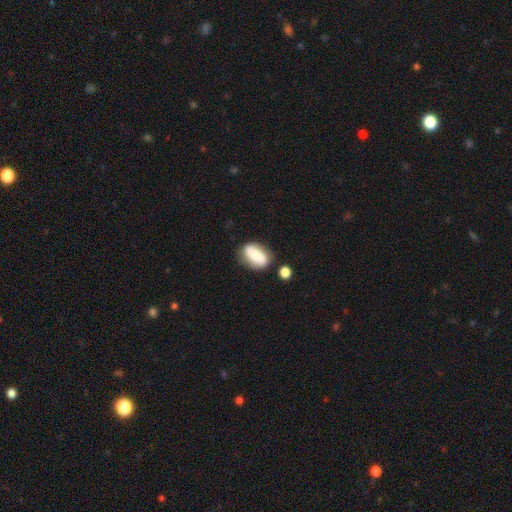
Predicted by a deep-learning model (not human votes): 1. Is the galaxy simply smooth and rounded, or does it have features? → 65% smooth, 28% featured or disk, 8% star or artifact.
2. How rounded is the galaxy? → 83% in between, 9% round, 8% cigar-shaped.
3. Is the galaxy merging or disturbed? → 71% none, 16% minor disturbance, 9% merger, 5% major disturbance.